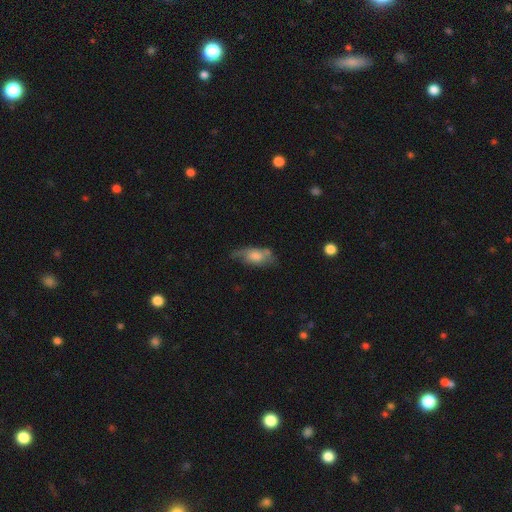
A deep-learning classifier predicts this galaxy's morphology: Q: Smooth or featured?
A: smooth (54%); runner-up: featured or disk (38%)
Q: How rounded?
A: in between (82%); runner-up: cigar-shaped (13%)
Q: Merging?
A: none (49%); runner-up: minor disturbance (30%)